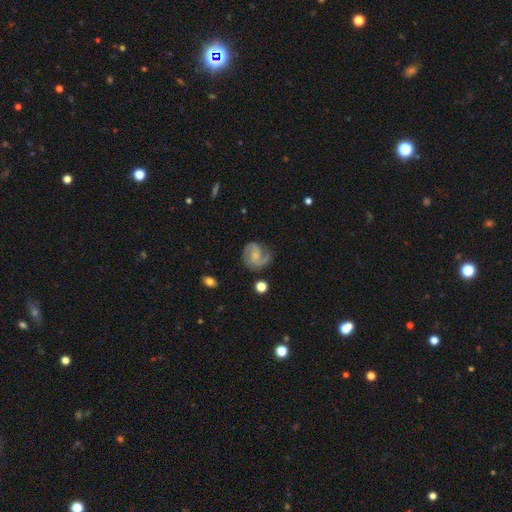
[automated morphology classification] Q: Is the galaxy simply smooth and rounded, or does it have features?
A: featured or disk — 85%.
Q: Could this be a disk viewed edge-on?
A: no — 98%.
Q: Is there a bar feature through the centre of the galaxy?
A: no — 56%.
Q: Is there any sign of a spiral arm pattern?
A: yes — 97%.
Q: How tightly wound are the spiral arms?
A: medium — 52%.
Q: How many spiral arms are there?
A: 2 — 86%.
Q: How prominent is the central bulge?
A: small — 54%.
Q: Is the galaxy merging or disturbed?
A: none — 74%.